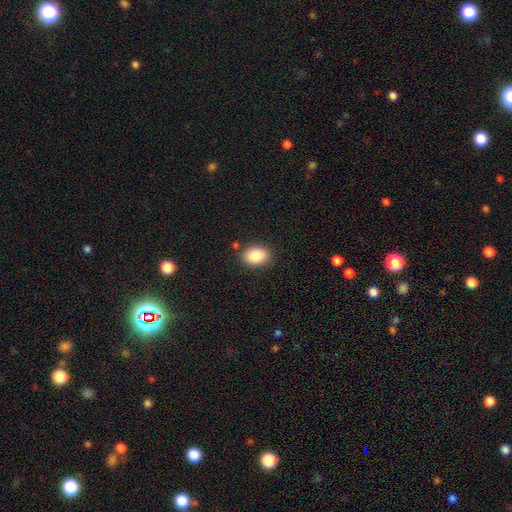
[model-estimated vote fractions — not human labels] The model was most divided on "how rounded": in between: 81%, round: 18%, cigar-shaped: 1%. More confident: smooth or featured — smooth (87%); merging — none (85%).